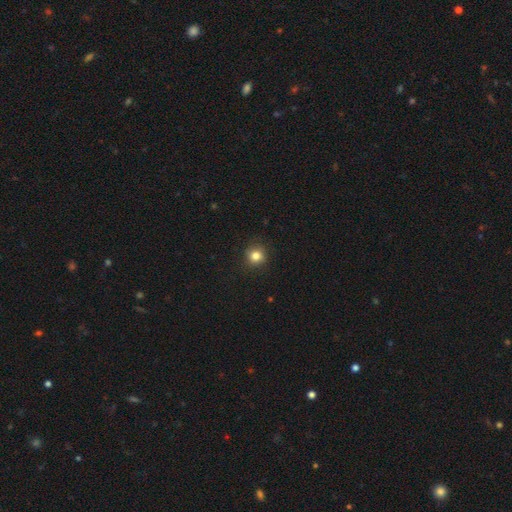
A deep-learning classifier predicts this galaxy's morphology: A smooth galaxy with no disk features (82%) that is round (89%). Merging: none (87%).